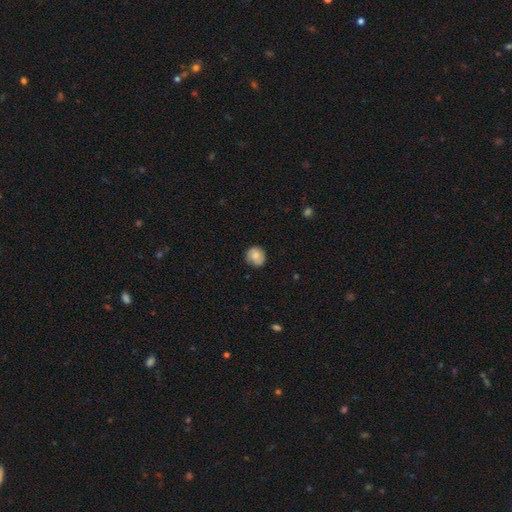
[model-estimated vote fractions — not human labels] Overall: smooth (73%). How rounded: round (82%). Merging: none (76%).